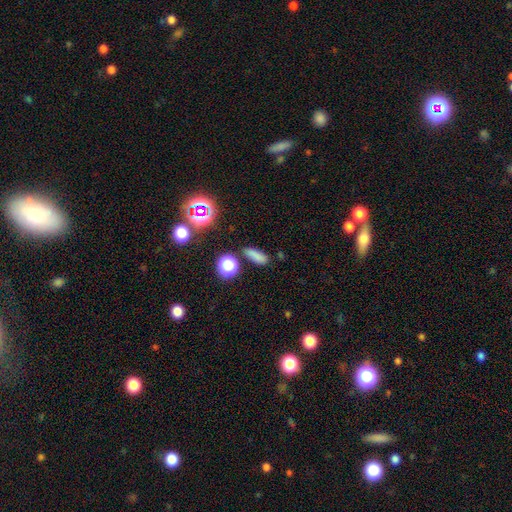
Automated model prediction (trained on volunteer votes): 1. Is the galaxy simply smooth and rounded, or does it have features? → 74% smooth, 19% star or artifact, 7% featured or disk.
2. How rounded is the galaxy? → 51% in between, 38% cigar-shaped, 11% round.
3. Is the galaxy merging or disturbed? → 80% none, 11% minor disturbance, 5% merger, 4% major disturbance.